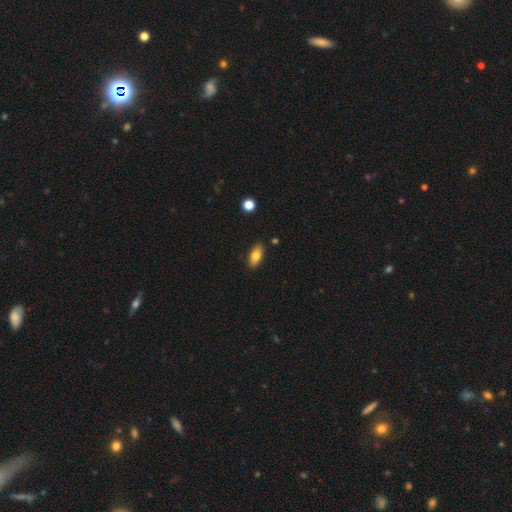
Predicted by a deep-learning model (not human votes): This is likely a smooth galaxy (77%). How rounded: clearly in between (86%). Merging: clearly none (87%).